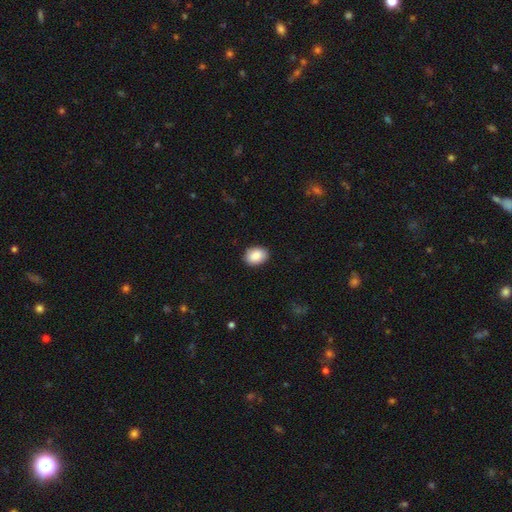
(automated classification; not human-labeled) Smooth or featured: smooth — 89% (star or artifact — 7%)
How rounded: in between — 72% (round — 27%)
Merging: none — 88% (minor disturbance — 9%)